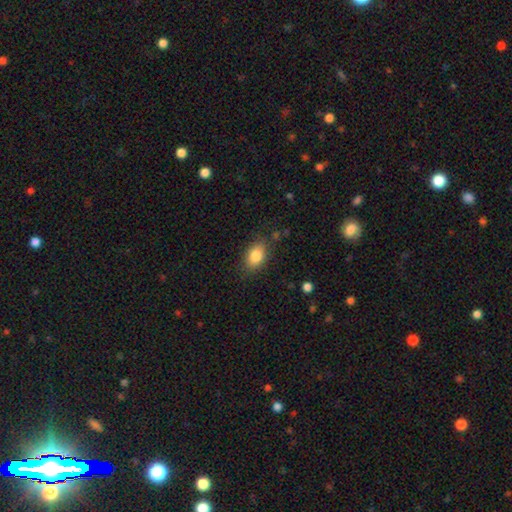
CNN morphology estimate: A smooth galaxy with no disk features (83%) that is in between round and cigar-shaped (84%). Merging: none (81%).